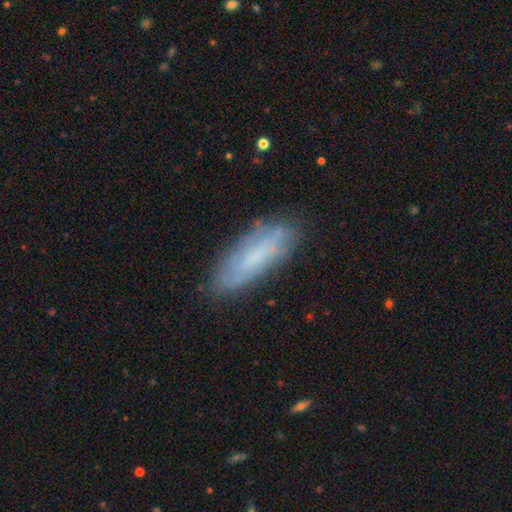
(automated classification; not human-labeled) Smooth or featured?
  - smooth: 55% *
  - featured or disk: 37%
  - star or artifact: 8%
How rounded?
  - in between: 55% *
  - cigar-shaped: 43%
  - round: 2%
Merging?
  - none: 76% *
  - minor disturbance: 17%
  - major disturbance: 4%
  - merger: 2%